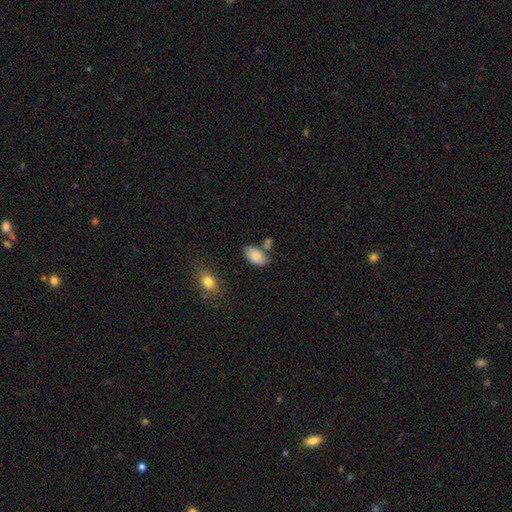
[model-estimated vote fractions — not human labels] A smooth galaxy with no disk features (84%) that is in between round and cigar-shaped (94%).

Vote fractions:
- Smooth or featured? smooth: 84% / featured or disk: 9% / star or artifact: 7%
- How rounded? in between: 94% / round: 4% / cigar-shaped: 2%
- Merging? none: 63% / minor disturbance: 19% / merger: 13% / major disturbance: 5%